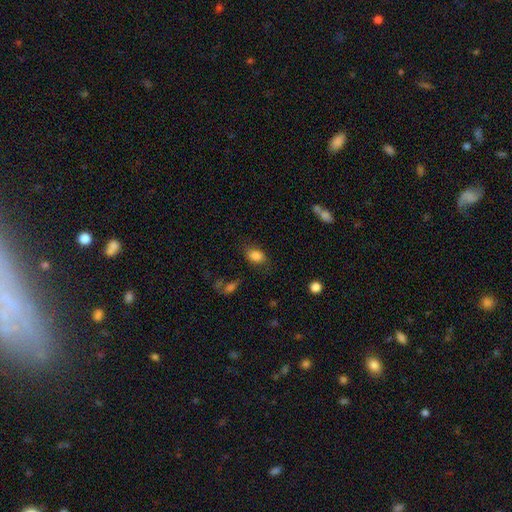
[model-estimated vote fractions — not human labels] The model was most divided on "merging": none: 73%, minor disturbance: 18%, major disturbance: 6%, merger: 3%. More confident: smooth or featured — smooth (85%); how rounded — in between (80%).